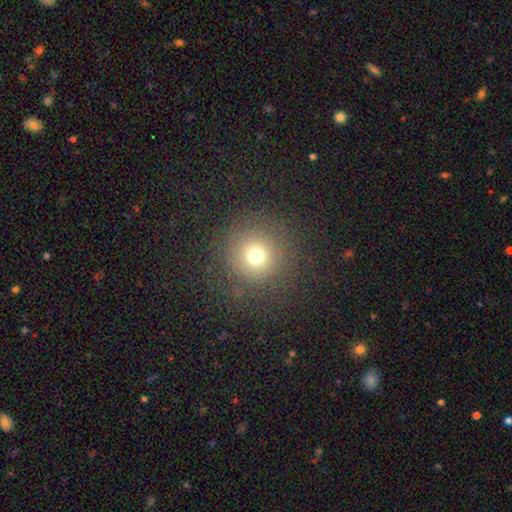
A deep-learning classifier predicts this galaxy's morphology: The model was most divided on "smooth or featured": smooth: 69%, star or artifact: 19%, featured or disk: 12%. More confident: how rounded — round (95%); merging — none (84%).